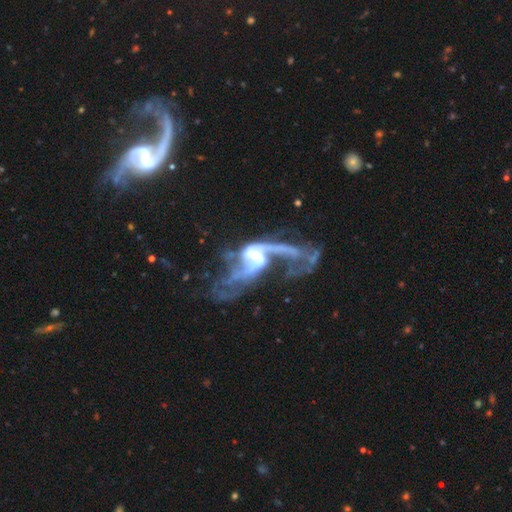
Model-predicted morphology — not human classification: smooth_or_featured: featured or disk (p=0.84) [alt: star or artifact p=0.09]
disk_edge_on: no (p=0.96) [alt: yes p=0.04]
bar: weak (p=0.42) [alt: no p=0.32]
has_spiral_arms: yes (p=0.86) [alt: no p=0.14]
spiral_winding: loose (p=0.77) [alt: medium p=0.18]
spiral_arm_count: 2 (p=0.66) [alt: can't tell p=0.12]
bulge_size: moderate (p=0.32) [alt: small p=0.31]
merging: major disturbance (p=0.45) [alt: merger p=0.25]